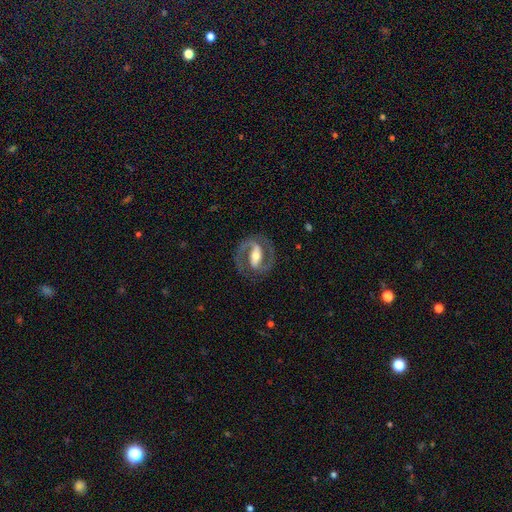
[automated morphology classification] Smooth or featured? Predicted: featured or disk (p=0.89). Edge-on disk? Predicted: no (p=0.96). Bar? Predicted: strong (p=0.62). Spiral arms? Predicted: yes (p=0.95). Spiral winding? Predicted: medium (p=0.56). Spiral arm count? Predicted: 2 (p=0.91). Bulge size? Predicted: moderate (p=0.63). Merging? Predicted: none (p=0.83).